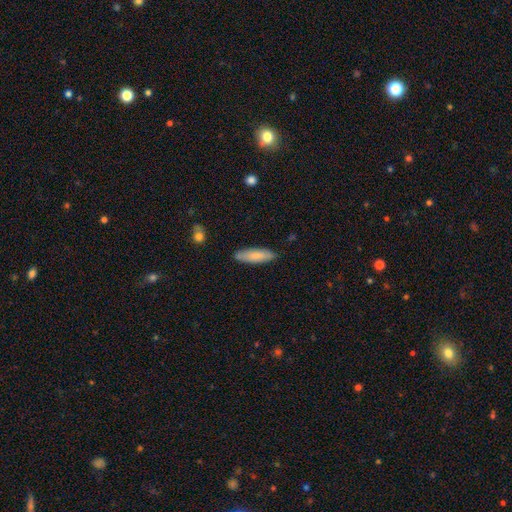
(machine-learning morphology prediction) smooth 80%, featured or disk 15%, star or artifact 6%. Down the decision tree: how rounded — cigar-shaped (59%); merging — none (85%).